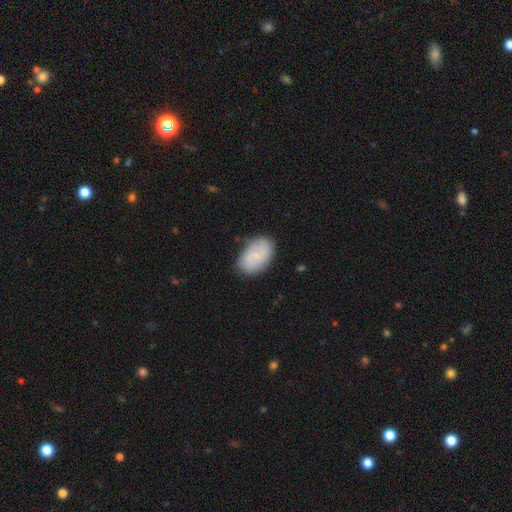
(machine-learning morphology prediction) Smooth or featured: smooth — 60% (featured or disk — 32%)
How rounded: in between — 90% (round — 8%)
Merging: none — 73% (minor disturbance — 20%)